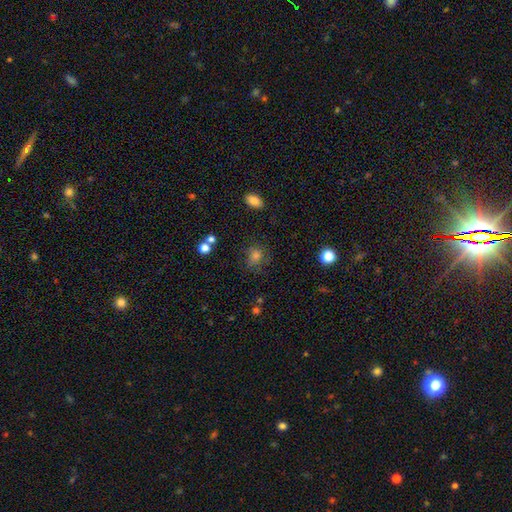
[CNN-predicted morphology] type=smooth (67%); roundness=round (66%); merging=none (67%).